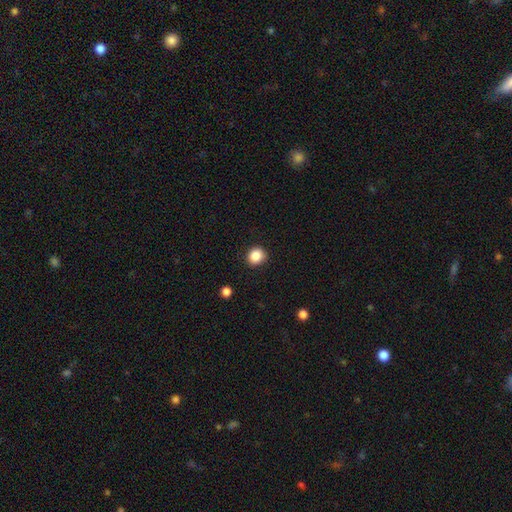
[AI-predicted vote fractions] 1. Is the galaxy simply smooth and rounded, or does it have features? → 87% smooth, 10% star or artifact, 3% featured or disk.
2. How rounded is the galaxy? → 83% round, 17% in between, 1% cigar-shaped.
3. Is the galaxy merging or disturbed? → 89% none, 8% minor disturbance, 2% major disturbance, 1% merger.